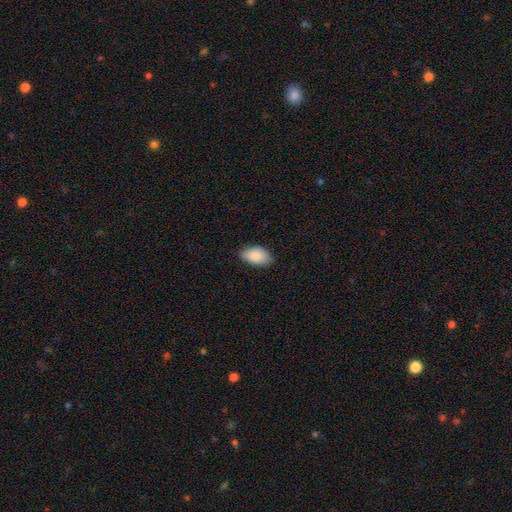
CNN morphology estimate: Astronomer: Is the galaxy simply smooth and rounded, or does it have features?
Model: smooth — 87%.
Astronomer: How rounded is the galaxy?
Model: in between — 94%.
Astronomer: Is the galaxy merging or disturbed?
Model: none — 81%.